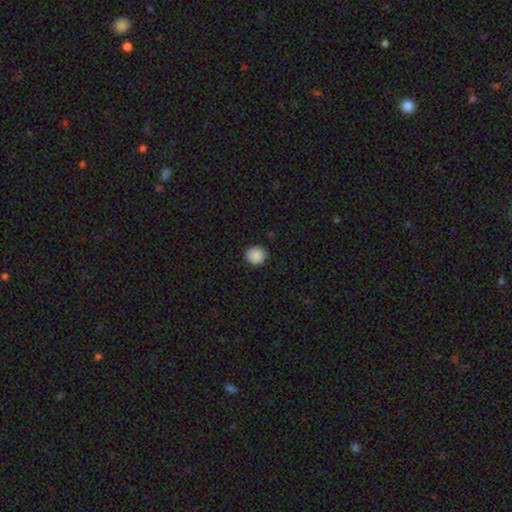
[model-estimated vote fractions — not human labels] Smooth or featured: smooth — 89% (star or artifact — 8%)
How rounded: round — 90% (in between — 9%)
Merging: none — 90% (minor disturbance — 7%)